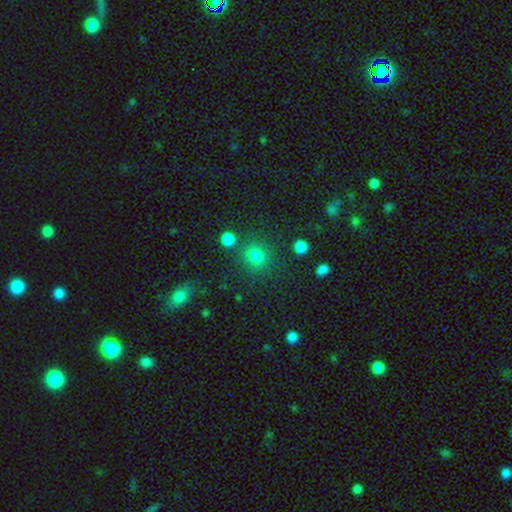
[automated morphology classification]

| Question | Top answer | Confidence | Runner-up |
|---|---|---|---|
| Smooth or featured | smooth | 78% | star or artifact (16%) |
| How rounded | round | 89% | in between (10%) |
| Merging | none | 78% | minor disturbance (9%) |